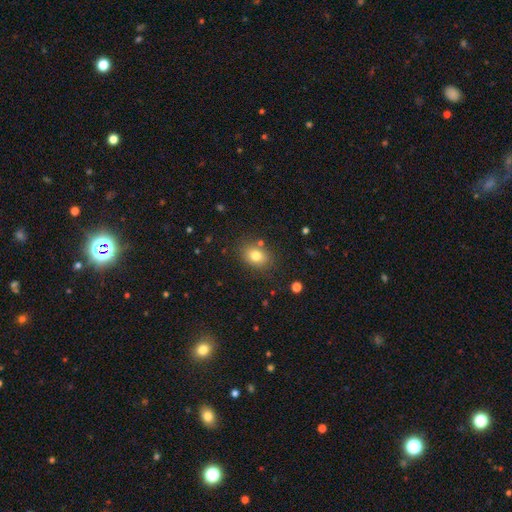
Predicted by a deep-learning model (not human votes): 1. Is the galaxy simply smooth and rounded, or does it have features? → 79% smooth, 11% star or artifact, 10% featured or disk.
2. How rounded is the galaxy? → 63% in between, 36% round, 1% cigar-shaped.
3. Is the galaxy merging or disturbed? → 81% none, 12% minor disturbance, 4% merger, 3% major disturbance.